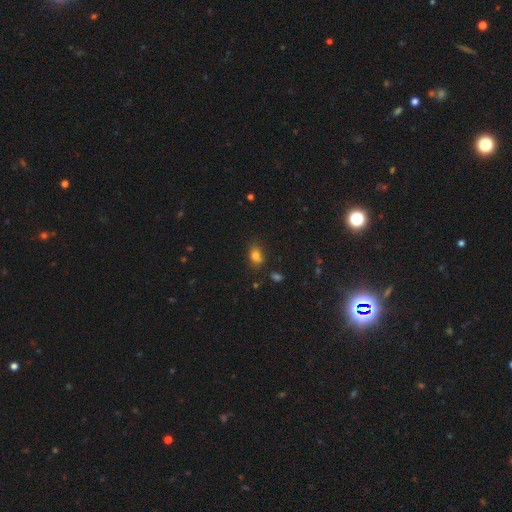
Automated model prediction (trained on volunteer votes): smooth-or-featured: smooth: 77% | star or artifact: 13% | featured or disk: 9%
  how-rounded: in between: 72% | round: 26% | cigar-shaped: 2%
  merging: none: 68% | minor disturbance: 20% | merger: 8% | major disturbance: 5%